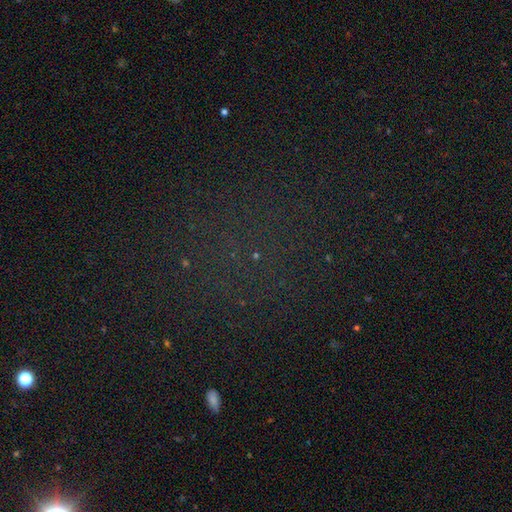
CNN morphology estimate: smooth-or-featured: star or artifact: 68% | smooth: 20% | featured or disk: 11%